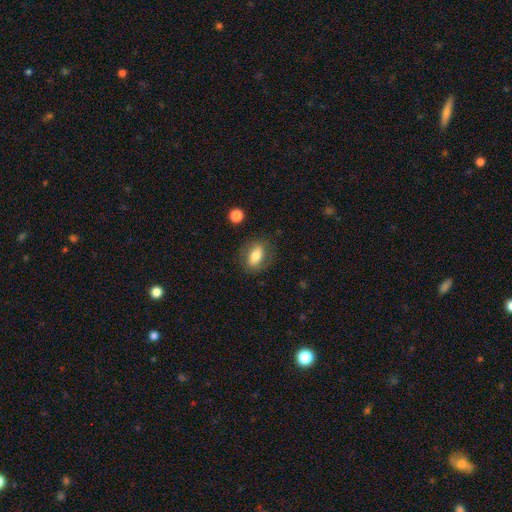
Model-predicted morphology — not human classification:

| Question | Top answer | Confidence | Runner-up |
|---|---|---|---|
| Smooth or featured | smooth | 73% | featured or disk (19%) |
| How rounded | in between | 79% | round (16%) |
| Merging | none | 80% | minor disturbance (13%) |